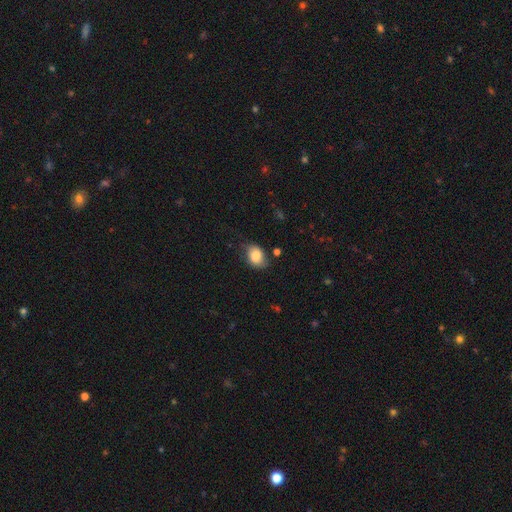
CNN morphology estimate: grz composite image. It shows a smooth galaxy with no disk features (76%) that is in between round and cigar-shaped (76%). Merging: none (62%).